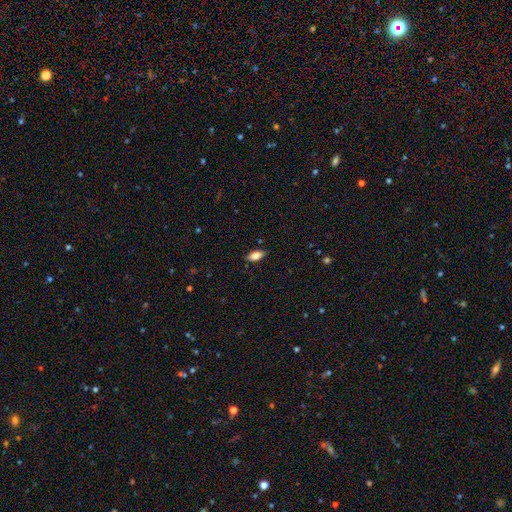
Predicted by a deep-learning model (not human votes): Smooth or featured? smooth (83%)
How rounded? in between (88%)
Merging? none (86%)